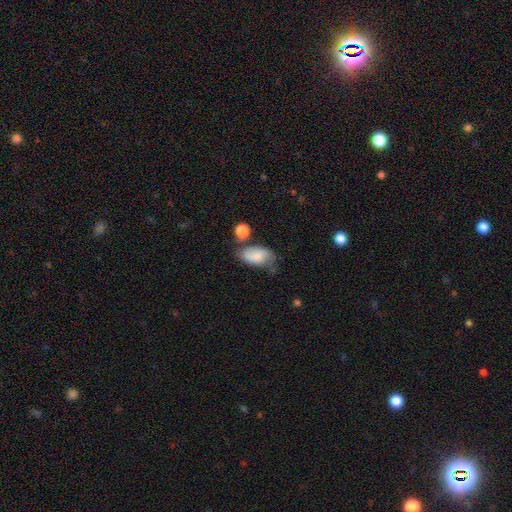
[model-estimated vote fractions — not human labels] smooth 68%, featured or disk 24%, star or artifact 9%. Down the decision tree: how rounded — in between (91%); merging — none (44%).